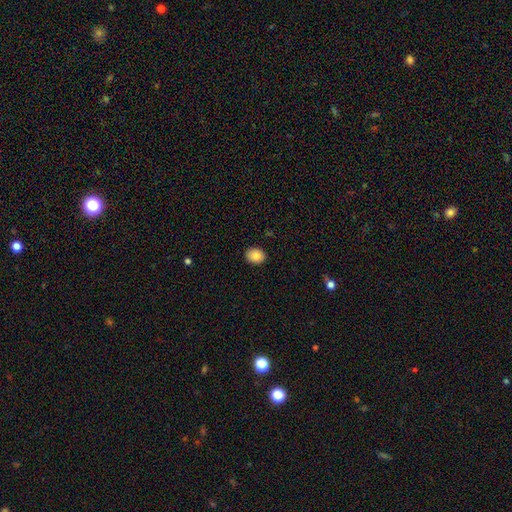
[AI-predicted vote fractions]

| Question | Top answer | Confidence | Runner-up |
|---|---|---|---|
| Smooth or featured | smooth | 87% | star or artifact (8%) |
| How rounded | in between | 58% | round (41%) |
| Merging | none | 90% | minor disturbance (7%) |